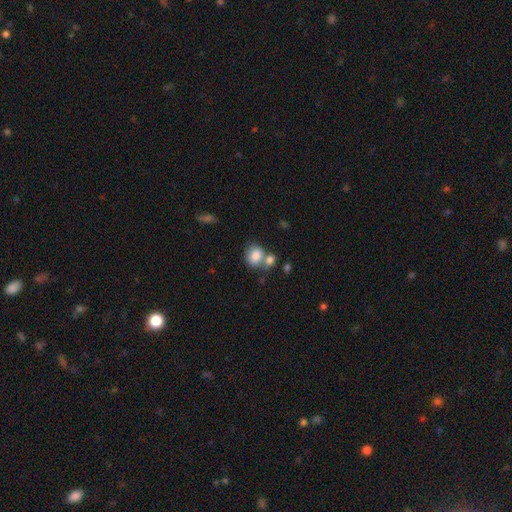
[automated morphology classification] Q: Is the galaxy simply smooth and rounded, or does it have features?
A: smooth — 82%.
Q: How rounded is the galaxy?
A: round — 51%.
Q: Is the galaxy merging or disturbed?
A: none — 45%.